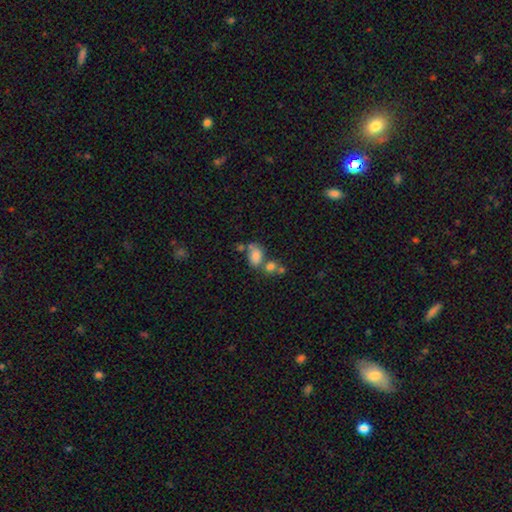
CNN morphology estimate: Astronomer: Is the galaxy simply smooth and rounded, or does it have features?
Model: smooth — 78%.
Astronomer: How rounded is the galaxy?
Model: in between — 78%.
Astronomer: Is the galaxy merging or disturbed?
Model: none — 42% (runner-up: merger, 38%).